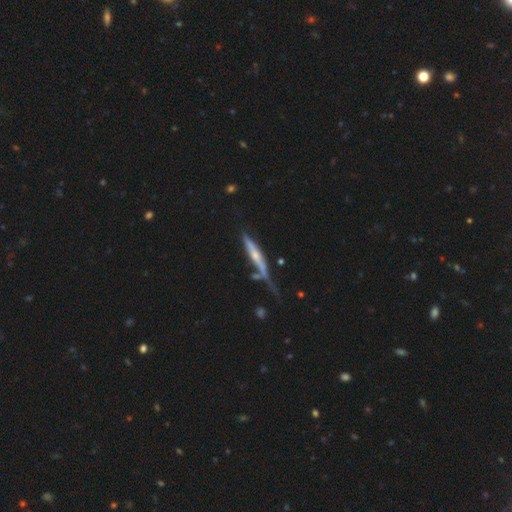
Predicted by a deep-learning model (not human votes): smooth_or_featured: featured or disk (p=0.62) [alt: smooth p=0.31]
disk_edge_on: yes (p=0.91) [alt: no p=0.09]
edge_on_bulge: rounded (p=0.69) [alt: none p=0.24]
merging: none (p=0.47) [alt: minor disturbance p=0.25]